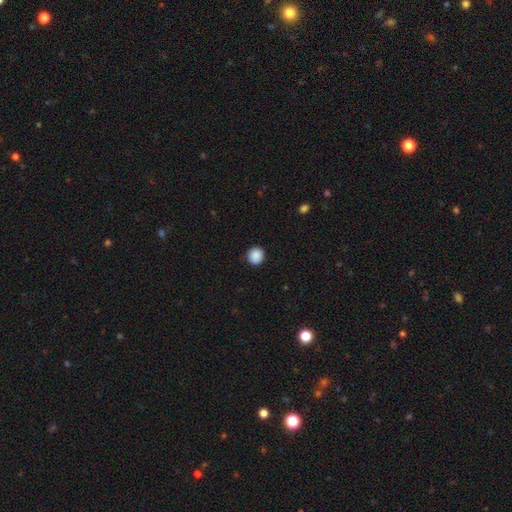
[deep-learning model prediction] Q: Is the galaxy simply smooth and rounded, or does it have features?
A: smooth — 89%.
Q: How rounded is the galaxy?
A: round — 92%.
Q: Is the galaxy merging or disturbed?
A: none — 91%.